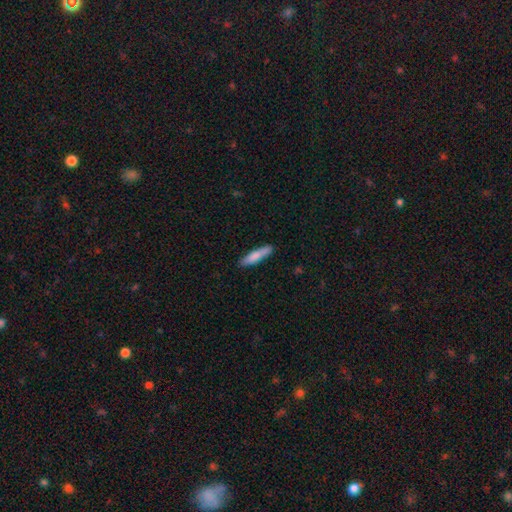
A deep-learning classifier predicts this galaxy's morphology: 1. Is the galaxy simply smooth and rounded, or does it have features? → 78% smooth, 16% featured or disk, 6% star or artifact.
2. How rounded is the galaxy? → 83% cigar-shaped, 15% in between, 1% round.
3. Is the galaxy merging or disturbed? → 85% none, 12% minor disturbance, 2% major disturbance, 2% merger.